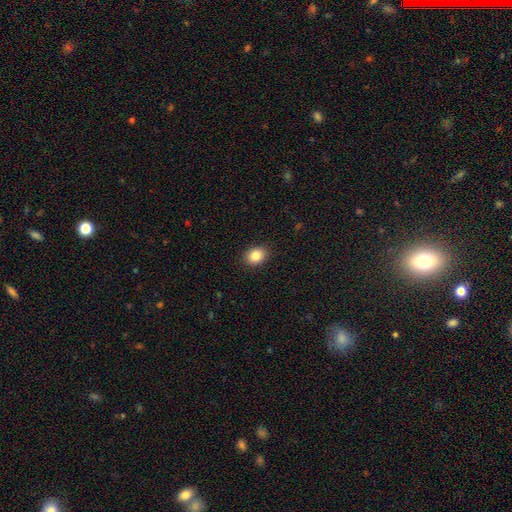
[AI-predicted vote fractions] Q: Smooth or featured?
A: smooth (85%); runner-up: star or artifact (9%)
Q: How rounded?
A: in between (53%); runner-up: round (46%)
Q: Merging?
A: none (90%); runner-up: minor disturbance (7%)